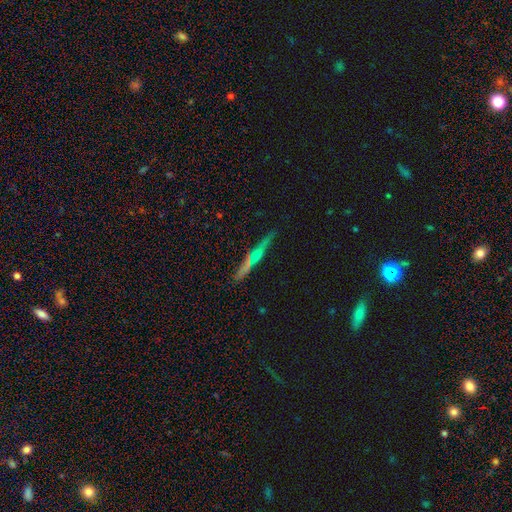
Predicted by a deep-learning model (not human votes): smooth_or_featured: featured or disk (p=0.48) [alt: smooth p=0.41]
merging: none (p=0.79) [alt: minor disturbance p=0.13]